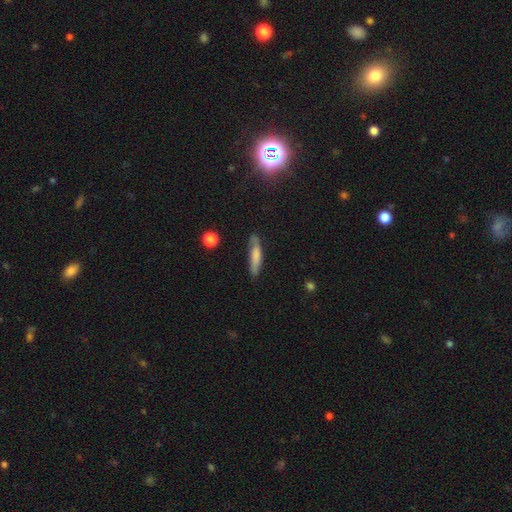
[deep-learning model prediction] smooth_or_featured: smooth (p=0.70) [alt: featured or disk p=0.23]
how_rounded: cigar-shaped (p=0.78) [alt: in between p=0.20]
merging: none (p=0.73) [alt: minor disturbance p=0.20]